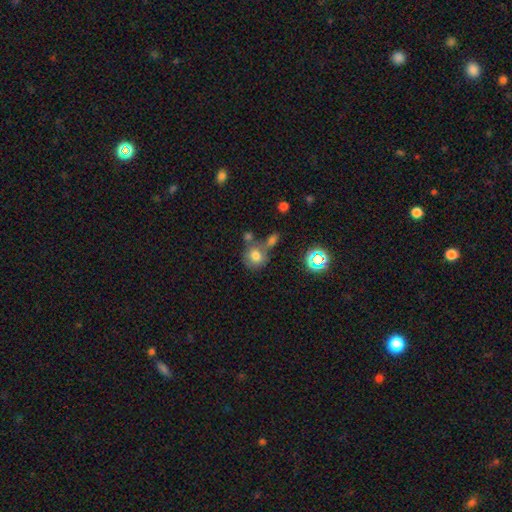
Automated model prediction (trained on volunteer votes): Q: Smooth or featured?
A: smooth (72%); runner-up: star or artifact (15%)
Q: How rounded?
A: round (77%); runner-up: in between (22%)
Q: Merging?
A: none (47%); runner-up: merger (30%)